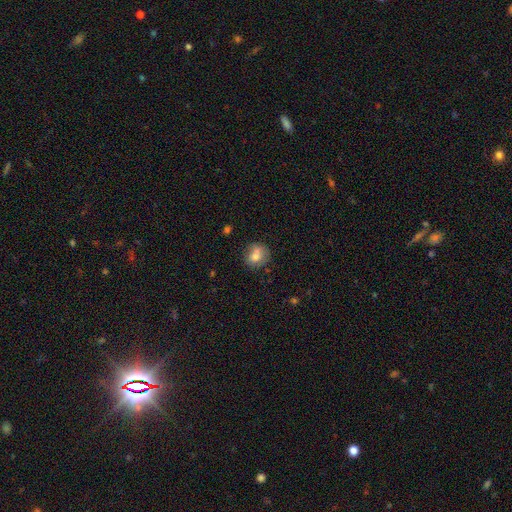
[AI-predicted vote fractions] This is likely a smooth galaxy (72%). How rounded: likely round (72%). Merging: possibly none (54%).